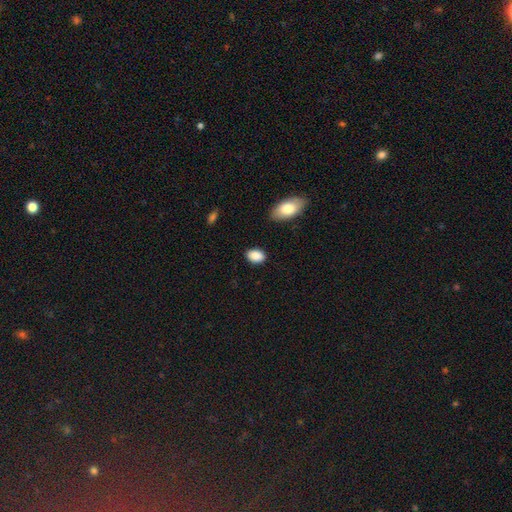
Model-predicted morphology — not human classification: The model was most divided on "how rounded": in between: 84%, round: 14%, cigar-shaped: 1%. More confident: smooth or featured — smooth (89%); merging — none (85%).